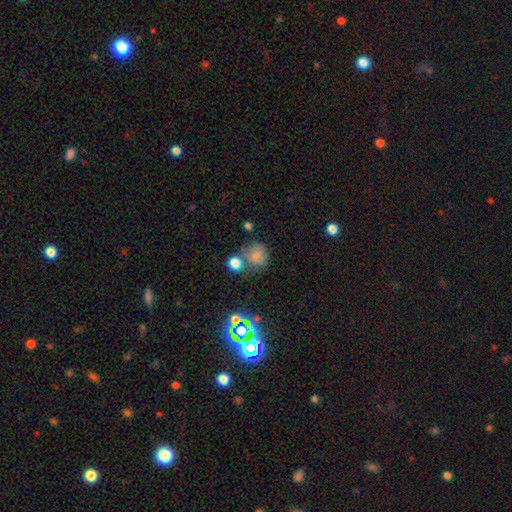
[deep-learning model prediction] A smooth galaxy with no disk features (75%) that is round (85%). Merging: none (55%).